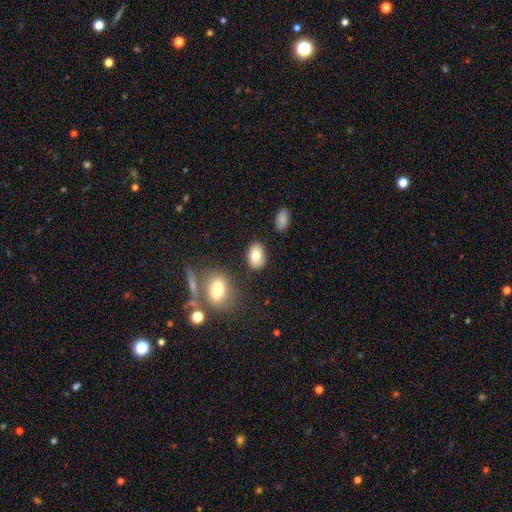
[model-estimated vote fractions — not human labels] This appears to be a smooth galaxy with no disk features (79%) that is in between round and cigar-shaped (82%). Merging: none (82%).